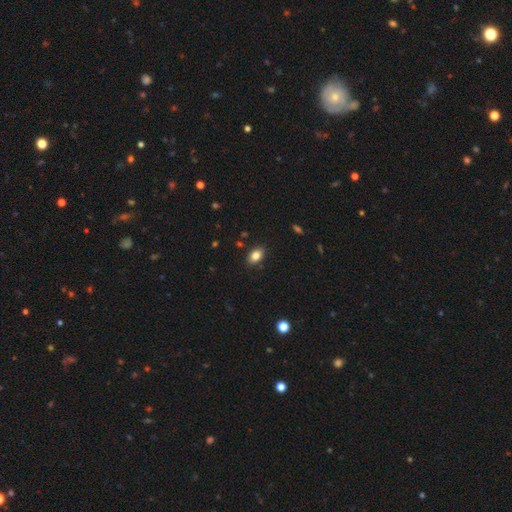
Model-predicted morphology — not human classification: smooth 83%, star or artifact 9%, featured or disk 8%. Down the decision tree: how rounded — in between (86%); merging — none (88%).